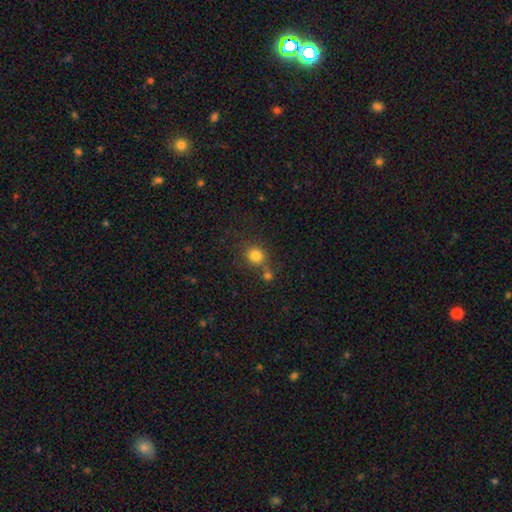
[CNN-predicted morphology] Q: Smooth or featured?
A: smooth (81%); runner-up: star or artifact (12%)
Q: How rounded?
A: round (83%); runner-up: in between (16%)
Q: Merging?
A: none (61%); runner-up: merger (22%)